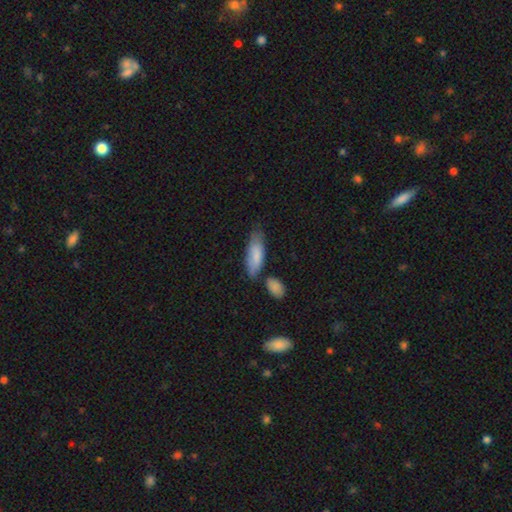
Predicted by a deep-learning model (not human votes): Q: Smooth or featured?
A: smooth (80%); runner-up: featured or disk (14%)
Q: How rounded?
A: in between (69%); runner-up: cigar-shaped (29%)
Q: Merging?
A: none (57%); runner-up: minor disturbance (25%)